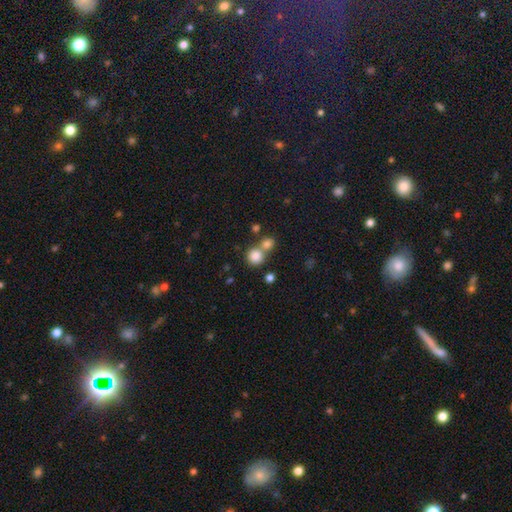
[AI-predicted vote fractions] smooth_or_featured: smooth (p=0.83) [alt: star or artifact p=0.11]
how_rounded: round (p=0.89) [alt: in between p=0.10]
merging: none (p=0.54) [alt: merger p=0.36]